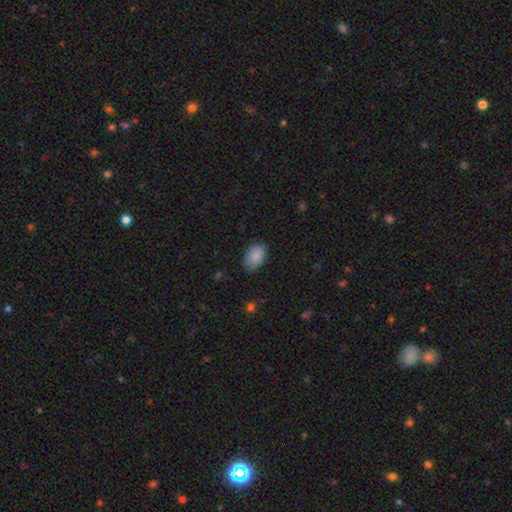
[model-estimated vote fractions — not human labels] This is clearly a smooth galaxy (89%). How rounded: clearly in between (88%). Merging: clearly none (82%).